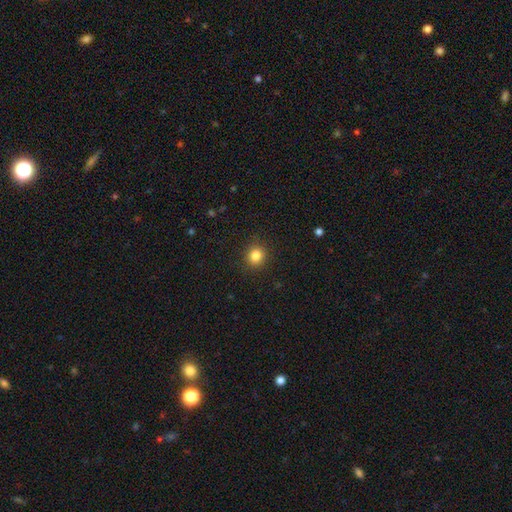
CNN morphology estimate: smooth_or_featured: smooth (p=0.83) [alt: star or artifact p=0.12]
how_rounded: round (p=0.89) [alt: in between p=0.11]
merging: none (p=0.91) [alt: minor disturbance p=0.06]